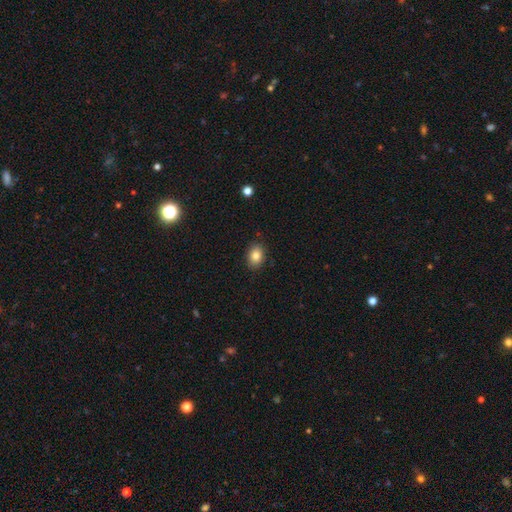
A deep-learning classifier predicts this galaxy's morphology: This appears to be a smooth galaxy with no disk features (83%) that is in between round and cigar-shaped (70%). Merging: none (87%).